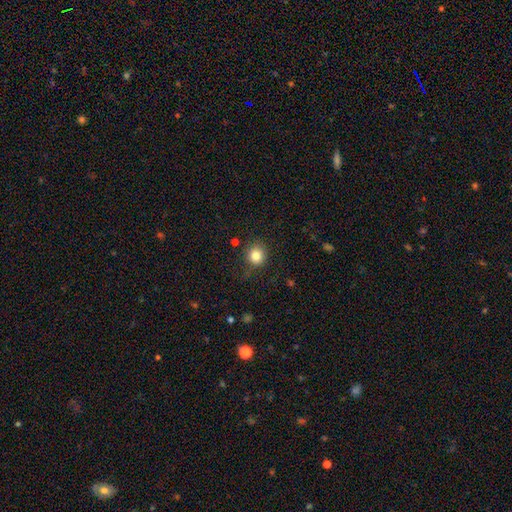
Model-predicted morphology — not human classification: The model was most divided on "smooth or featured": smooth: 82%, star or artifact: 11%, featured or disk: 6%. More confident: how rounded — round (89%); merging — none (83%).